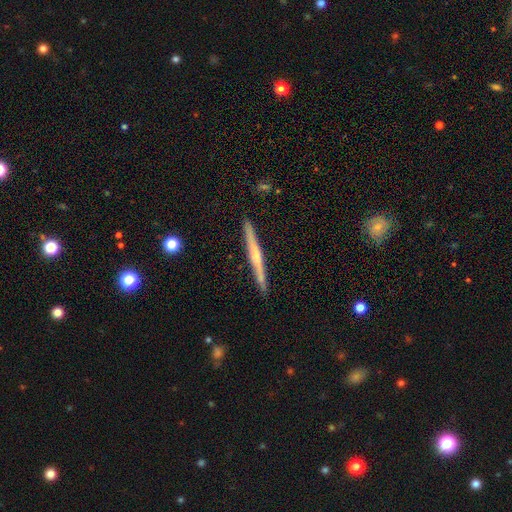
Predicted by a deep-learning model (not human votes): A featured or disk galaxy (63%) viewed edge-on (98%) with a rounded central bulge (48%).

Vote fractions:
- Smooth or featured? featured or disk: 63% / smooth: 32% / star or artifact: 6%
- Edge-on disk? yes: 98% / no: 2%
- Edge-on bulge? rounded: 48% / none: 43% / boxy: 9%
- Merging? none: 90% / minor disturbance: 7% / merger: 1% / major disturbance: 1%